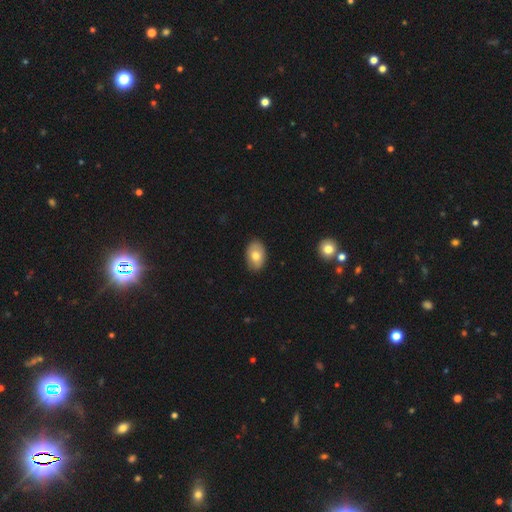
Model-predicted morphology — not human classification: smooth 75%, featured or disk 18%, star or artifact 7%. Down the decision tree: how rounded — in between (87%); merging — none (87%).